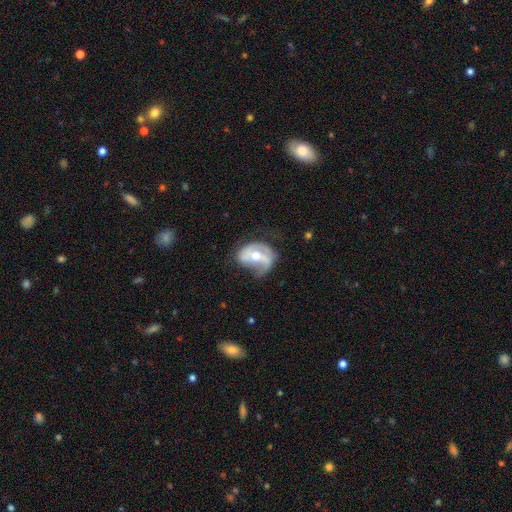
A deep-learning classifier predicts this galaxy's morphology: Smooth or featured? featured or disk (72%)
Edge-on disk? no (97%)
Bar? no (49%)
Spiral arms? yes (77%)
Spiral winding? medium (41%)
Spiral arm count? 2 (54%)
Bulge size? moderate (73%)
Merging? none (37%)